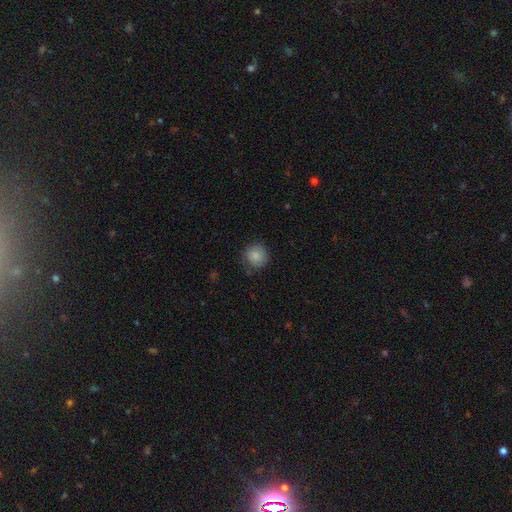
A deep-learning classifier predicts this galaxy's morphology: This is clearly a smooth galaxy (84%). How rounded: clearly round (92%). Merging: clearly none (82%).